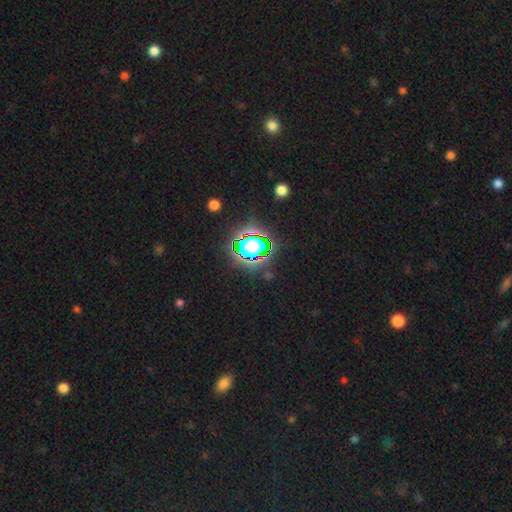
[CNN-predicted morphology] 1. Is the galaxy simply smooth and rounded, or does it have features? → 80% star or artifact, 13% smooth, 7% featured or disk.